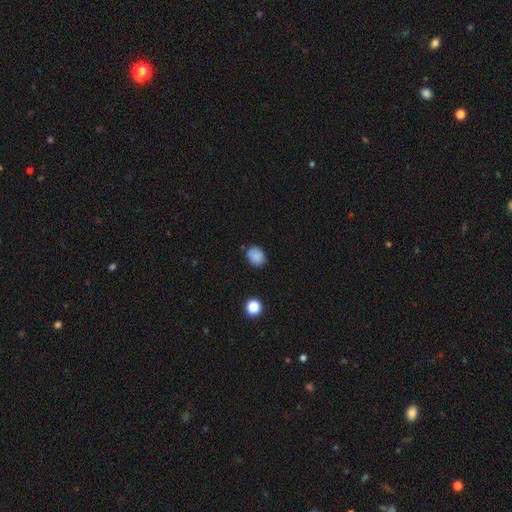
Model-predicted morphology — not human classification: type=smooth (84%); roundness=round (50%); merging=none (76%).